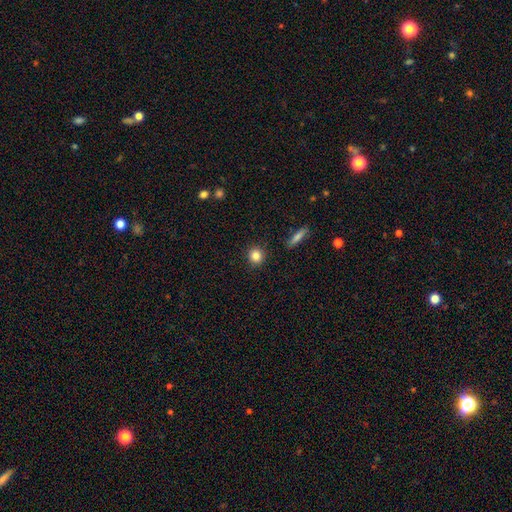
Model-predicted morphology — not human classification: The model was most divided on "smooth or featured": smooth: 85%, star or artifact: 10%, featured or disk: 6%. More confident: merging — none (90%); how rounded — round (90%).